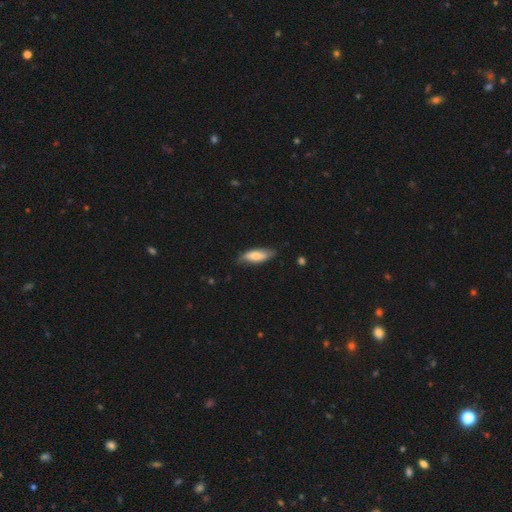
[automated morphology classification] Smooth or featured? smooth (73%)
How rounded? in between (66%)
Merging? none (72%)